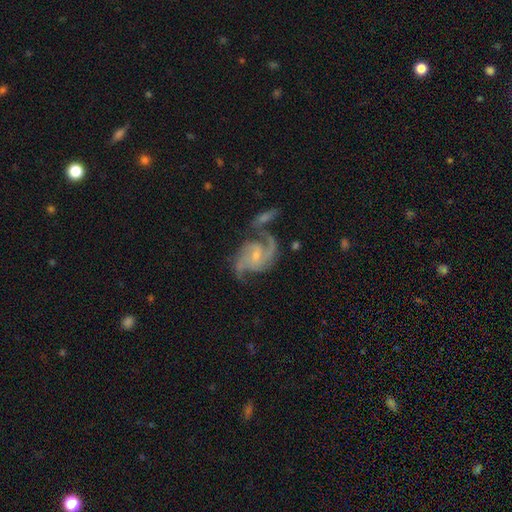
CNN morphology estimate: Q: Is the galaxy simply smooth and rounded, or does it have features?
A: featured or disk — 90%.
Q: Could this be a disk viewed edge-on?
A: no — 98%.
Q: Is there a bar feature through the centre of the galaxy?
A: weak — 45%, tied with no.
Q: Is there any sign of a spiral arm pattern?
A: yes — 98%.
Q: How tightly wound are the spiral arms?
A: medium — 56%.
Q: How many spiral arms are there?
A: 2 — 65%.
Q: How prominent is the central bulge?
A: small — 65%.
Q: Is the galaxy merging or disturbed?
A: none — 51%.